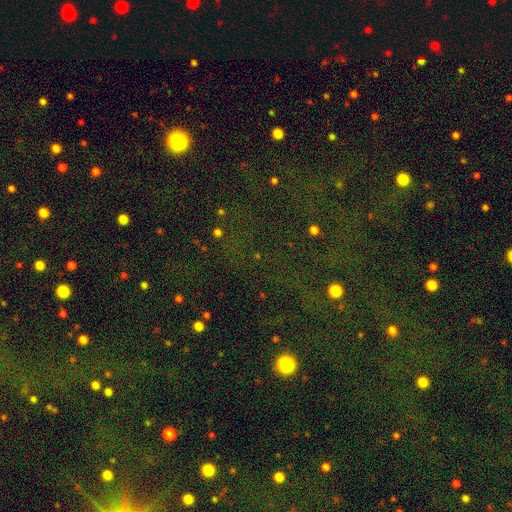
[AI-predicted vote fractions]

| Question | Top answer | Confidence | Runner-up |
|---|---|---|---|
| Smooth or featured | star or artifact | 79% | smooth (13%) |